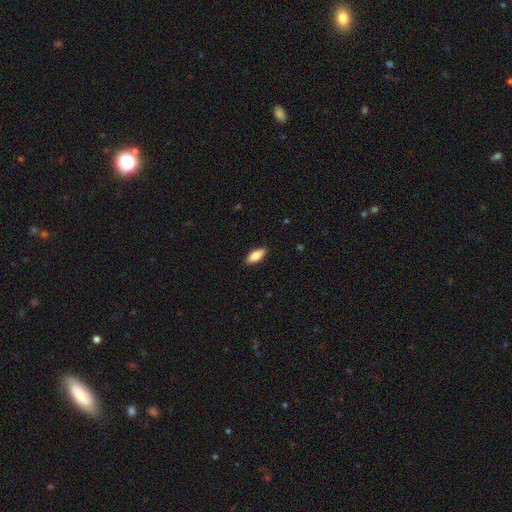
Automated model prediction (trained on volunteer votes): Smooth or featured? Predicted: smooth (p=0.76). How rounded? Predicted: in between (p=0.79). Merging? Predicted: none (p=0.88).